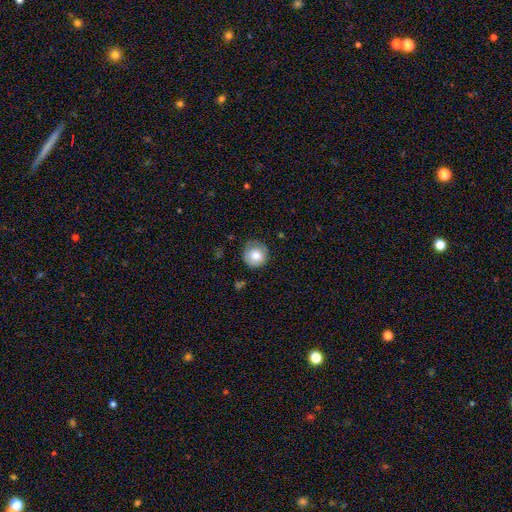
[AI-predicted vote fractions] Smooth or featured? smooth (80%)
How rounded? round (92%)
Merging? none (75%)